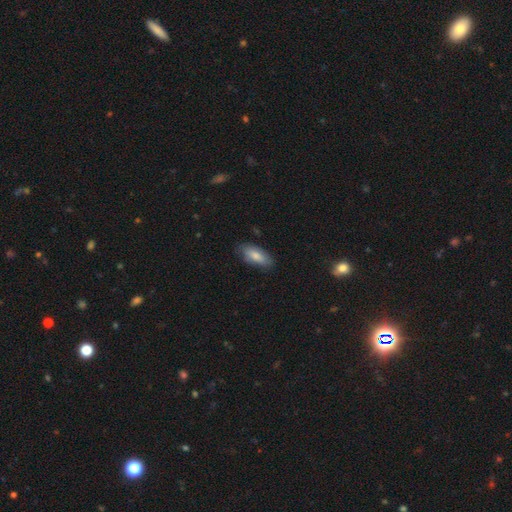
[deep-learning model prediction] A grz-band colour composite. It shows a smooth galaxy with no disk features (79%) that is in between round and cigar-shaped (81%). Merging: none (78%).